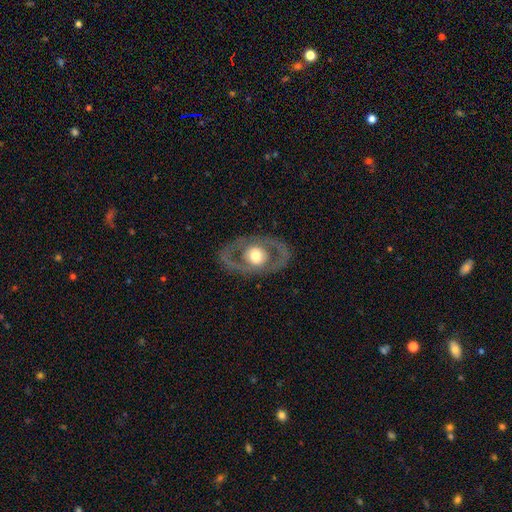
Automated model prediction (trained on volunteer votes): This is likely a featured or disk galaxy (65%). It is clearly not viewed edge-on (91%). Bar: clearly no (85%). Spiral arm pattern: likely no (76%). Central bulge: possibly moderate (53%). Merging: clearly none (81%).